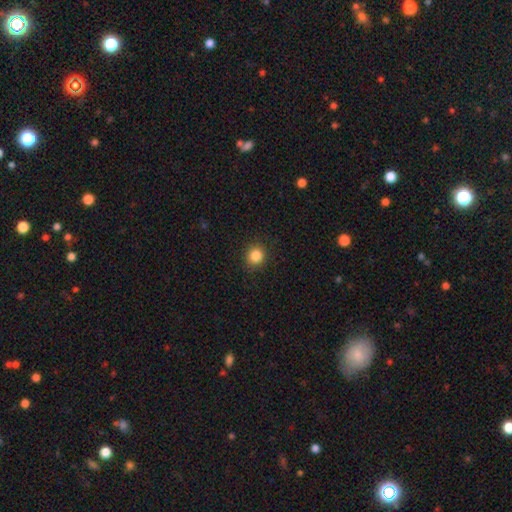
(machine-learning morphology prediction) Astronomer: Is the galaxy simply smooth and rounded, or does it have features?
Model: smooth — 86%.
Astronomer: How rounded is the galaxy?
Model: round — 86%.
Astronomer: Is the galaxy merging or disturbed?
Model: none — 89%.